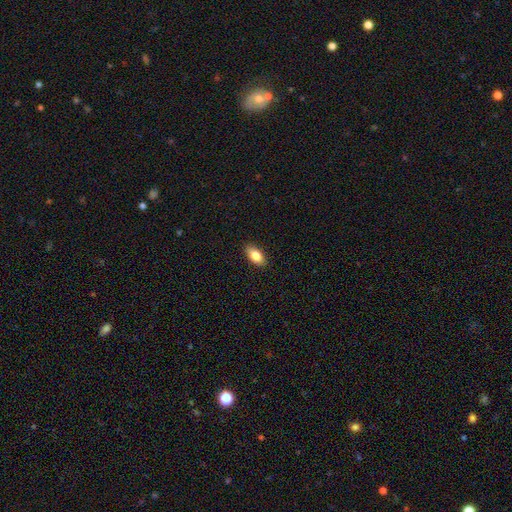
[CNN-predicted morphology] smooth_or_featured: smooth (p=0.84) [alt: featured or disk p=0.09]
how_rounded: in between (p=0.92) [alt: round p=0.05]
merging: none (p=0.89) [alt: minor disturbance p=0.08]